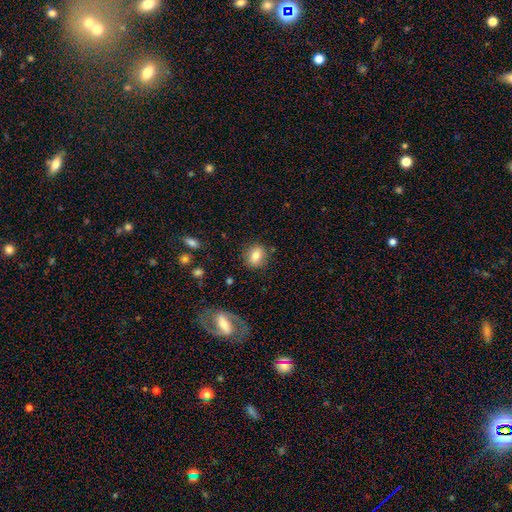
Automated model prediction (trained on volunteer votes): A smooth galaxy with no disk features (79%) that is round (52%). Merging: none (83%).